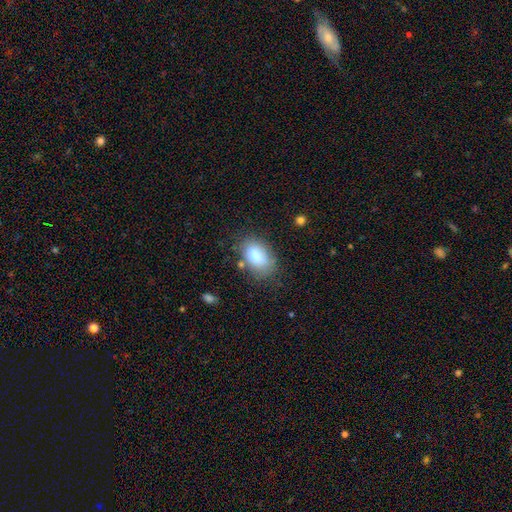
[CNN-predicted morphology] A smooth galaxy with no disk features (82%) that is in between round and cigar-shaped (89%).

Vote fractions:
- Smooth or featured? smooth: 82% / featured or disk: 10% / star or artifact: 8%
- How rounded? in between: 89% / round: 10% / cigar-shaped: 1%
- Merging? none: 72% / minor disturbance: 18% / major disturbance: 6% / merger: 4%